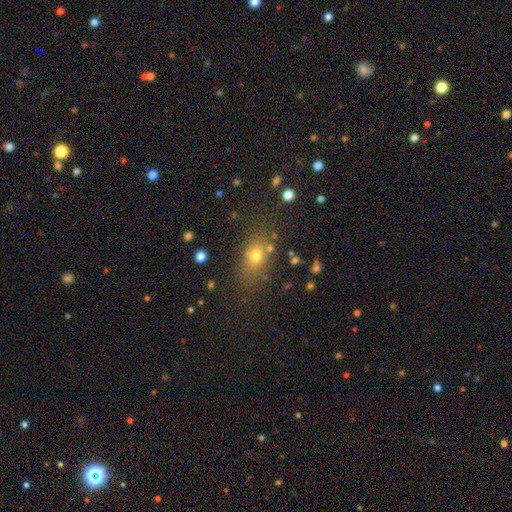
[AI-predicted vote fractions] Q: Smooth or featured?
A: smooth (69%); runner-up: star or artifact (17%)
Q: How rounded?
A: in between (66%); runner-up: round (30%)
Q: Merging?
A: none (74%); runner-up: minor disturbance (14%)